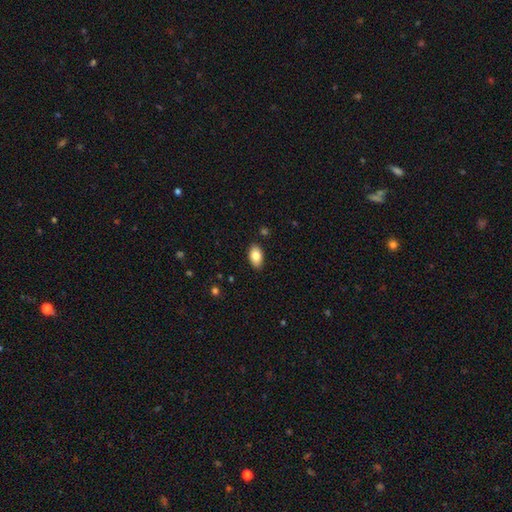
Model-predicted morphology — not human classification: Overall: smooth (83%). How rounded: in between (93%). Merging: none (88%).